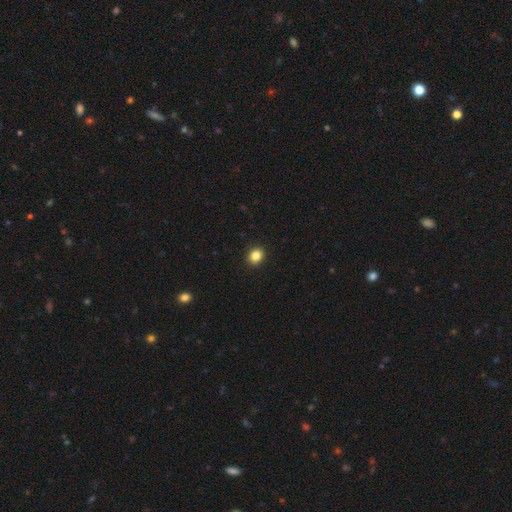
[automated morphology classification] smooth-or-featured: smooth: 85% | star or artifact: 10% | featured or disk: 4%
  how-rounded: round: 76% | in between: 23% | cigar-shaped: 1%
  merging: none: 92% | minor disturbance: 5% | major disturbance: 2% | merger: 1%